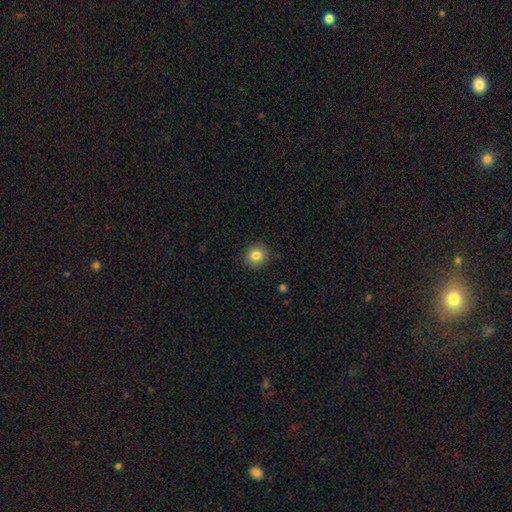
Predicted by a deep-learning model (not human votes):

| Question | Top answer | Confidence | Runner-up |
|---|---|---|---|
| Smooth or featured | smooth | 83% | star or artifact (9%) |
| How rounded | round | 87% | in between (12%) |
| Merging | none | 90% | minor disturbance (7%) |